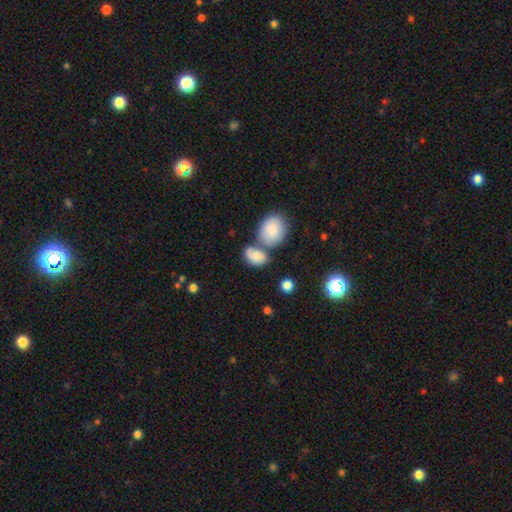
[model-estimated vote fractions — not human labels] Morphology: type=smooth (80%); roundness=in between (75%); merging=merger (40%).